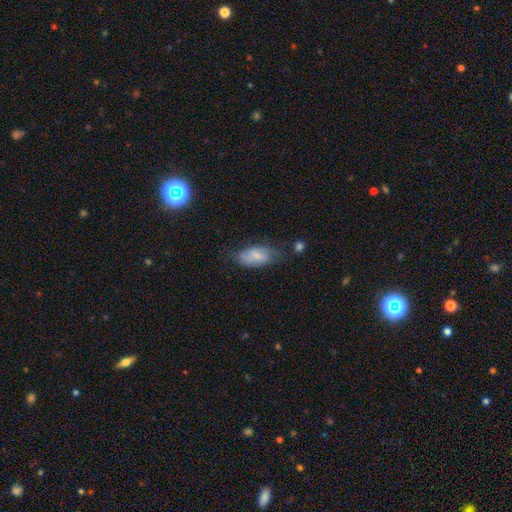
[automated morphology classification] Smooth or featured?
  - smooth: 75% *
  - featured or disk: 17%
  - star or artifact: 8%
How rounded?
  - in between: 89% *
  - cigar-shaped: 8%
  - round: 3%
Merging?
  - none: 54% *
  - minor disturbance: 31%
  - major disturbance: 11%
  - merger: 4%